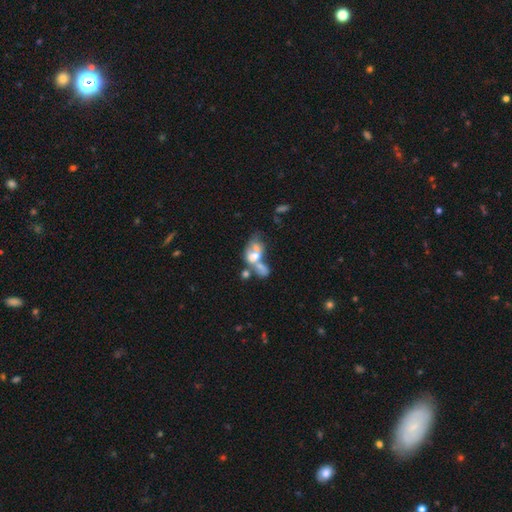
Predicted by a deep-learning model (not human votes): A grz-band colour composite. It shows a featured or disk galaxy (44%). Merging: merger (64%).